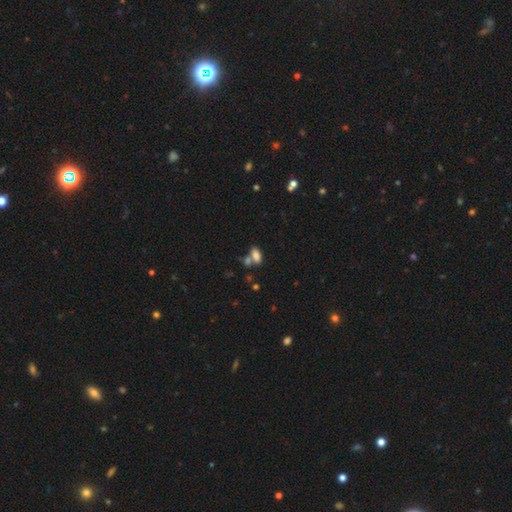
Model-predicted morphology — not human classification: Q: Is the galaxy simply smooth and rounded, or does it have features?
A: smooth — 80%.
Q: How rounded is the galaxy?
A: in between — 88%.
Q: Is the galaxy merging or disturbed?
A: none — 46%.